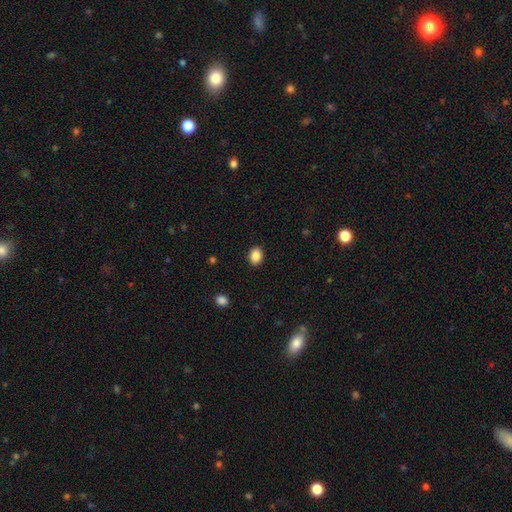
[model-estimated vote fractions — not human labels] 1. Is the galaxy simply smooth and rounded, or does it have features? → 87% smooth, 9% star or artifact, 4% featured or disk.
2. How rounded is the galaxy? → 64% in between, 36% round, 1% cigar-shaped.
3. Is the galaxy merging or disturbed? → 89% none, 7% minor disturbance, 2% major disturbance, 1% merger.